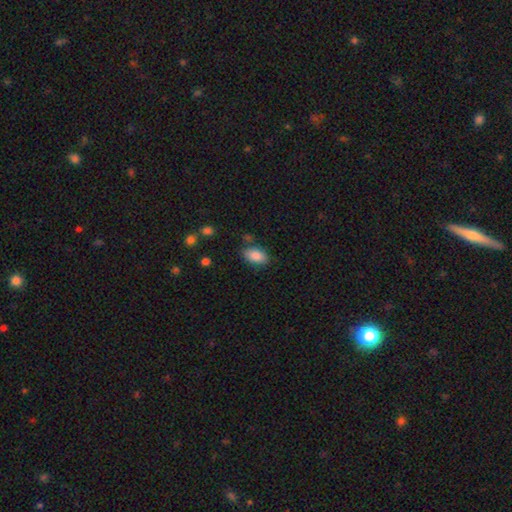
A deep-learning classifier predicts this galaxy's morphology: smooth_or_featured: smooth (p=0.88) [alt: star or artifact p=0.07]
how_rounded: in between (p=0.93) [alt: round p=0.05]
merging: none (p=0.78) [alt: minor disturbance p=0.14]